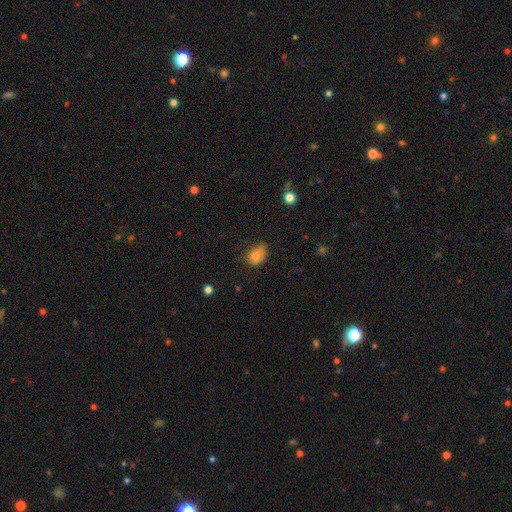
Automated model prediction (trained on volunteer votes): A smooth galaxy with no disk features (79%) that is in between round and cigar-shaped (76%).

Vote fractions:
- Smooth or featured? smooth: 79% / featured or disk: 11% / star or artifact: 11%
- How rounded? in between: 76% / round: 23% / cigar-shaped: 1%
- Merging? none: 45% / minor disturbance: 40% / major disturbance: 13% / merger: 2%